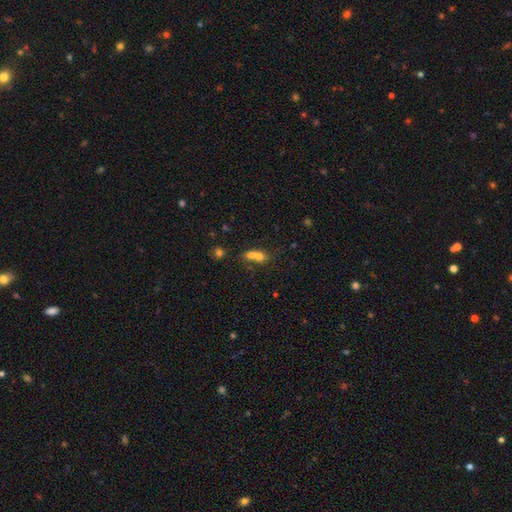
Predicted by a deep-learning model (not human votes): smooth-or-featured: smooth: 67% | featured or disk: 19% | star or artifact: 14%
  how-rounded: round: 50% | in between: 47% | cigar-shaped: 3%
  merging: merger: 68% | none: 22% | minor disturbance: 6% | major disturbance: 4%